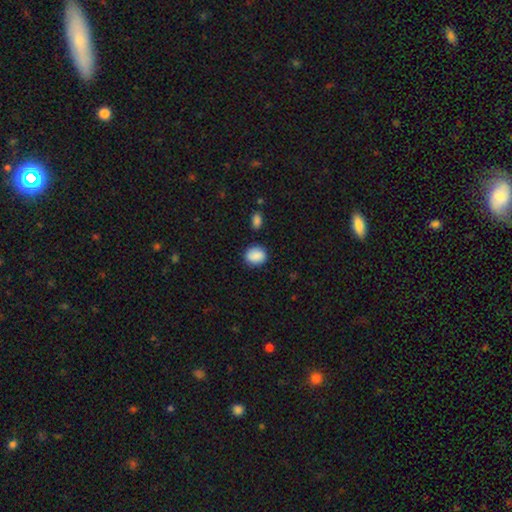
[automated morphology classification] This appears to be a smooth galaxy with no disk features (88%) that is round (57%). Merging: none (82%).